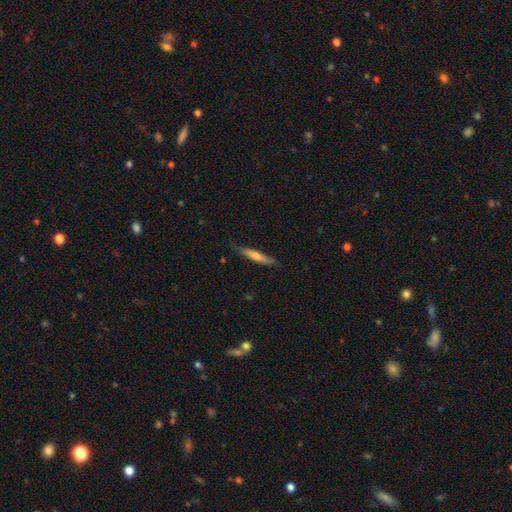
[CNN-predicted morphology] smooth_or_featured: smooth (p=0.50) [alt: featured or disk p=0.43]
merging: none (p=0.77) [alt: minor disturbance p=0.18]